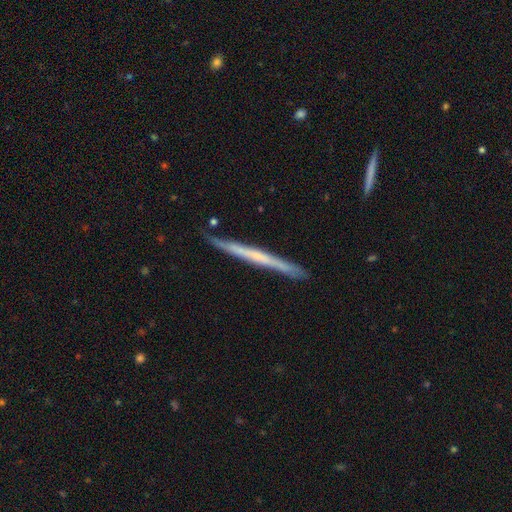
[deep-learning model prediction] Smooth or featured?
  - featured or disk: 59% *
  - smooth: 36%
  - star or artifact: 5%
Edge-on disk?
  - yes: 97% *
  - no: 3%
Edge-on bulge?
  - none: 80% *
  - rounded: 13%
  - boxy: 7%
Merging?
  - none: 87% *
  - minor disturbance: 10%
  - major disturbance: 2%
  - merger: 2%